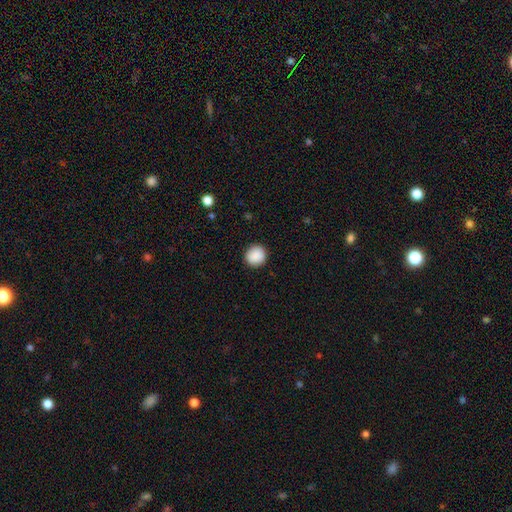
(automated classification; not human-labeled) A smooth galaxy with no disk features (90%) that is round (90%). Merging: none (91%).